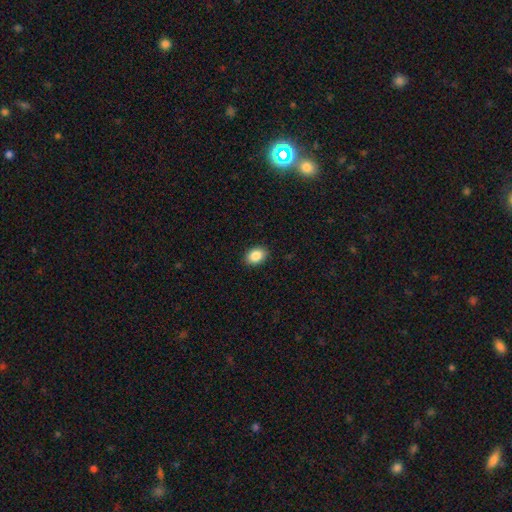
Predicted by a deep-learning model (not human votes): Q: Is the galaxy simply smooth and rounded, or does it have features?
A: smooth — 87%.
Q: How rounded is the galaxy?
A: in between — 78%.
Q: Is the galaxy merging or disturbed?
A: none — 90%.